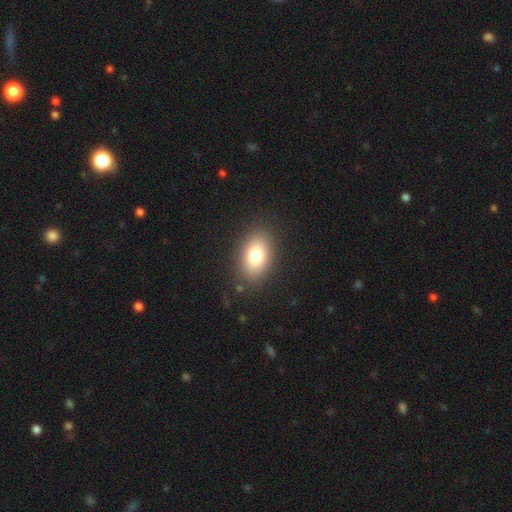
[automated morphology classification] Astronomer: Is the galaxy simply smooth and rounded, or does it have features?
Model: smooth — 78%.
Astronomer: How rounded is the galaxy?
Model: in between — 86%.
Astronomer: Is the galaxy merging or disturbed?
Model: none — 85%.